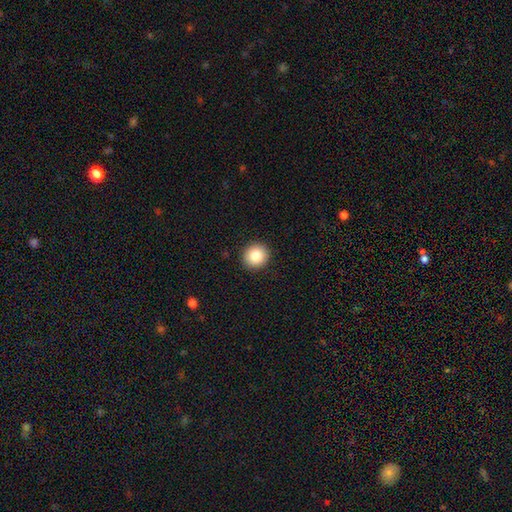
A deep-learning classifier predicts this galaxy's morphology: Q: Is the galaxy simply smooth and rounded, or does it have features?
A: smooth — 86%.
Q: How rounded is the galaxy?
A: round — 92%.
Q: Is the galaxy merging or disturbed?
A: none — 93%.